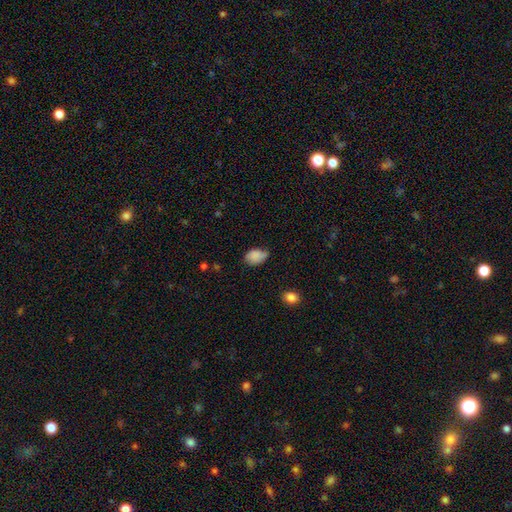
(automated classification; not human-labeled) Smooth or featured?
  - smooth: 84% *
  - star or artifact: 8%
  - featured or disk: 8%
How rounded?
  - in between: 80% *
  - round: 19%
  - cigar-shaped: 1%
Merging?
  - none: 53% *
  - minor disturbance: 36%
  - major disturbance: 8%
  - merger: 3%